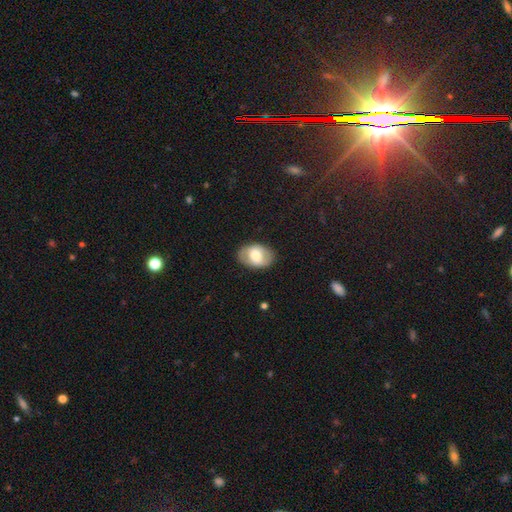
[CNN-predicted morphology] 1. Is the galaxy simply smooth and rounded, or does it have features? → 55% smooth, 38% featured or disk, 7% star or artifact.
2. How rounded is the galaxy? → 85% in between, 14% round, 1% cigar-shaped.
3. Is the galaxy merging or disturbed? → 83% none, 12% minor disturbance, 4% major disturbance, 1% merger.